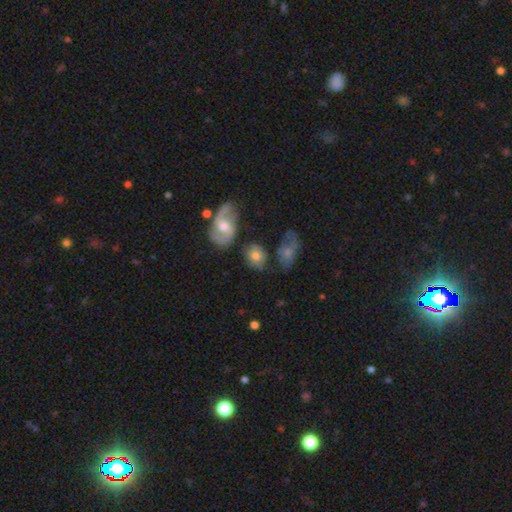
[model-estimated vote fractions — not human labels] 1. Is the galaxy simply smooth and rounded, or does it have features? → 67% smooth, 24% featured or disk, 9% star or artifact.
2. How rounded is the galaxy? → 54% round, 44% in between, 2% cigar-shaped.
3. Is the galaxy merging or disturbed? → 61% none, 18% minor disturbance, 12% merger, 8% major disturbance.